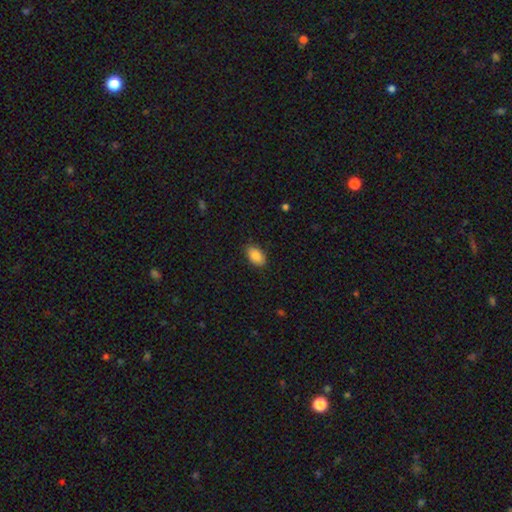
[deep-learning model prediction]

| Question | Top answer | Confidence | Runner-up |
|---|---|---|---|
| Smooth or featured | smooth | 88% | star or artifact (7%) |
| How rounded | in between | 92% | round (6%) |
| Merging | none | 85% | minor disturbance (12%) |